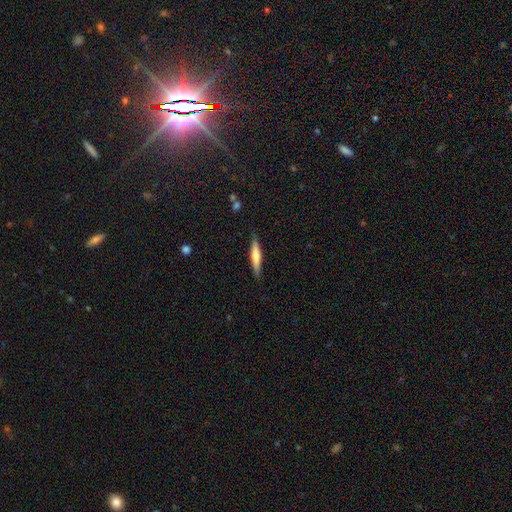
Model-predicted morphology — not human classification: Overall: smooth (55%; featured or disk 39%). How rounded: cigar-shaped (87%). Merging: none (85%).